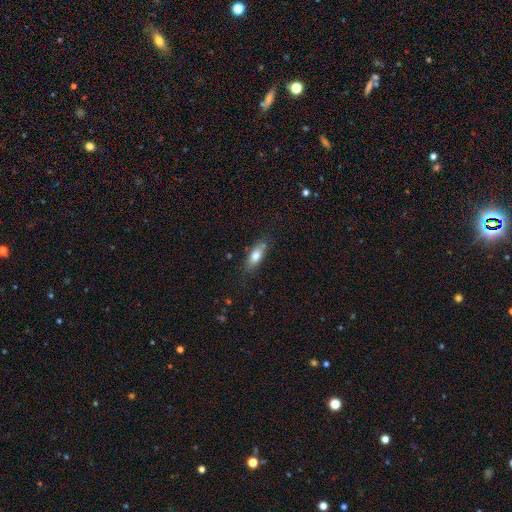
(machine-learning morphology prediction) Smooth or featured? smooth (77%)
How rounded? in between (76%)
Merging? none (72%)